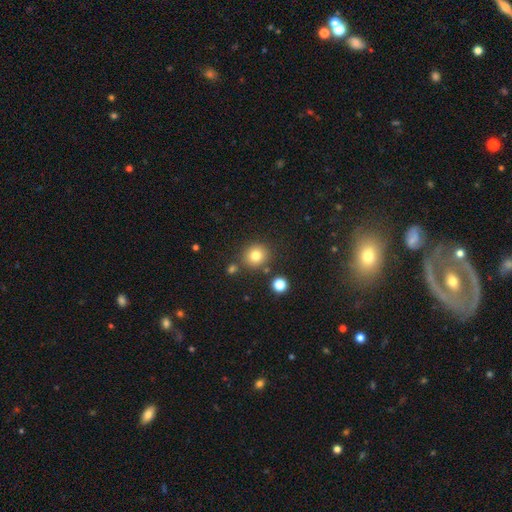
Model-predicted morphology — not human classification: smooth 80%, star or artifact 12%, featured or disk 8%. Down the decision tree: how rounded — round (89%); merging — none (82%).